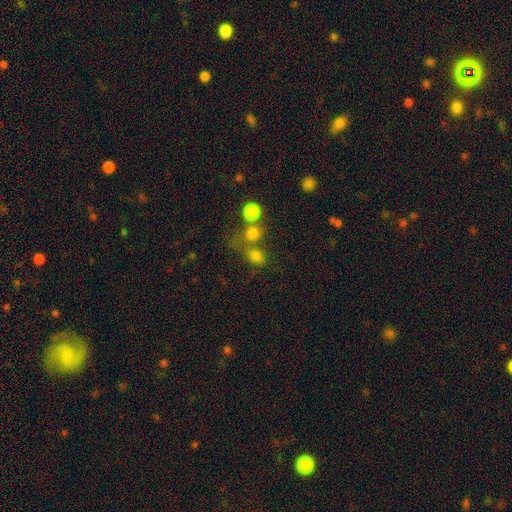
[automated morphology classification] Smooth or featured?
  - smooth: 75% *
  - star or artifact: 16%
  - featured or disk: 9%
How rounded?
  - round: 58% *
  - in between: 40%
  - cigar-shaped: 2%
Merging?
  - none: 48% *
  - merger: 33%
  - minor disturbance: 11%
  - major disturbance: 9%